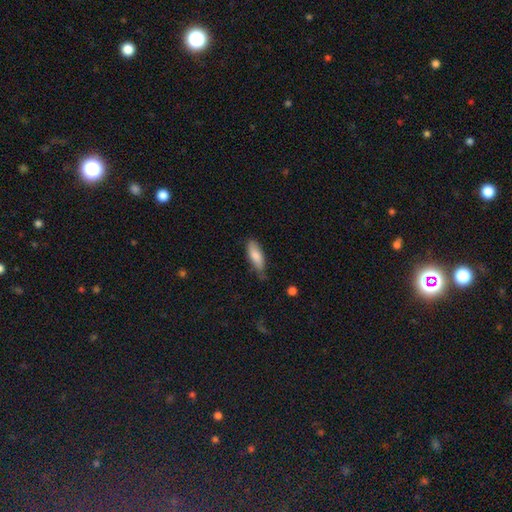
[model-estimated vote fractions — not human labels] smooth 83%, featured or disk 11%, star or artifact 6%. Down the decision tree: how rounded — in between (64%); merging — none (58%).